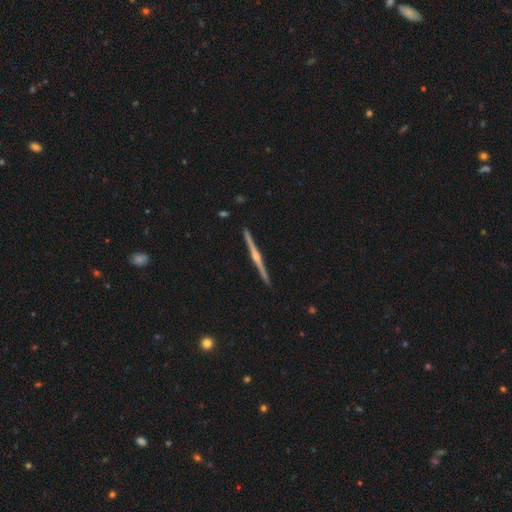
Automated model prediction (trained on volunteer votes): A featured or disk galaxy (75%) viewed edge-on (97%) with a rounded central bulge (74%).

Vote fractions:
- Smooth or featured? featured or disk: 75% / smooth: 16% / star or artifact: 8%
- Edge-on disk? yes: 97% / no: 3%
- Edge-on bulge? rounded: 74% / none: 18% / boxy: 8%
- Merging? none: 87% / minor disturbance: 8% / merger: 2% / major disturbance: 2%